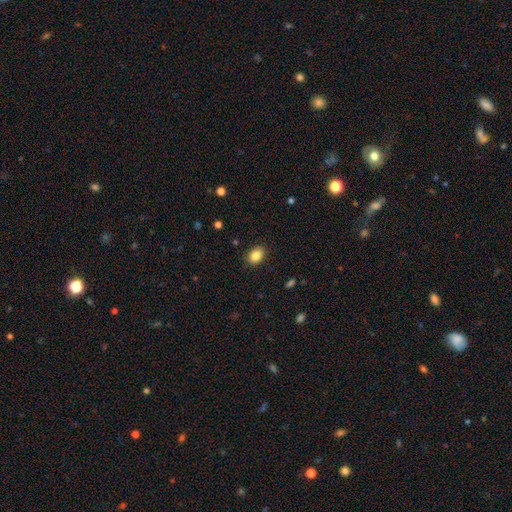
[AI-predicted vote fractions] Smooth or featured? Predicted: smooth (p=0.86). How rounded? Predicted: in between (p=0.72). Merging? Predicted: none (p=0.88).